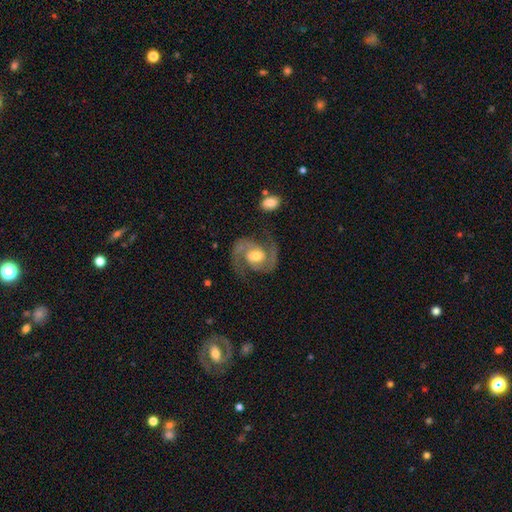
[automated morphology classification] Smooth or featured?
  - featured or disk: 92% *
  - star or artifact: 4%
  - smooth: 4%
Edge-on disk?
  - no: 98% *
  - yes: 2%
Bar?
  - no: 54% *
  - weak: 36%
  - strong: 11%
Spiral arms?
  - yes: 98% *
  - no: 2%
Spiral winding?
  - medium: 64% *
  - tight: 20%
  - loose: 16%
Spiral arm count?
  - 2: 94% *
  - can't tell: 2%
  - 1: 1%
  - 3: 1%
  - 4: 1%
  - more than 4: 1%
Bulge size?
  - moderate: 70% *
  - small: 19%
  - large: 8%
  - none: 1%
  - dominant: 1%
Merging?
  - none: 77% *
  - minor disturbance: 14%
  - major disturbance: 6%
  - merger: 3%